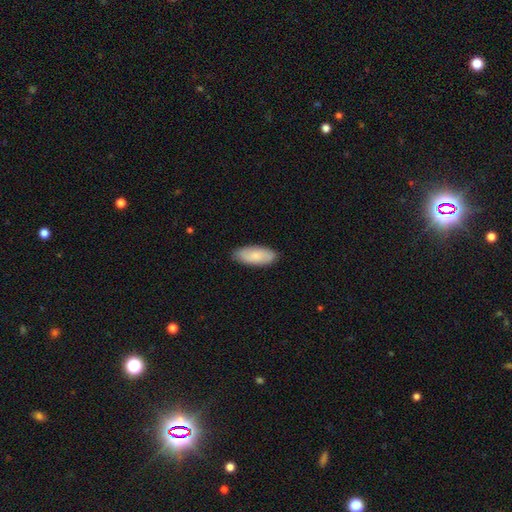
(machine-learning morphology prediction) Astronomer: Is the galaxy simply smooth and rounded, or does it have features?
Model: smooth — 78%.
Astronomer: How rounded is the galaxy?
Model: in between — 85%.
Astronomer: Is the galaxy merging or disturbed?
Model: none — 86%.